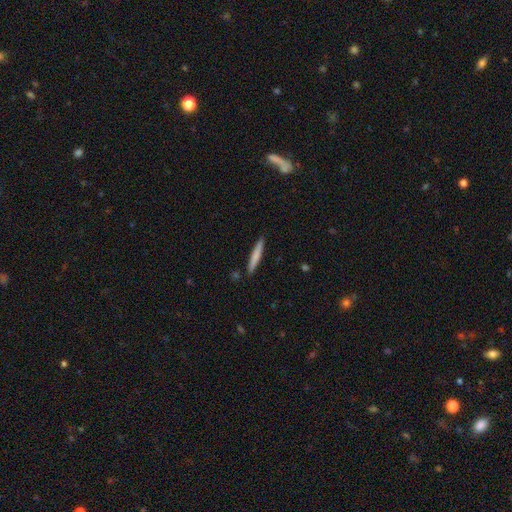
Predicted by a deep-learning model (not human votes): smooth_or_featured: smooth (p=0.73) [alt: featured or disk p=0.22]
how_rounded: cigar-shaped (p=0.95) [alt: in between p=0.04]
merging: none (p=0.90) [alt: minor disturbance p=0.07]